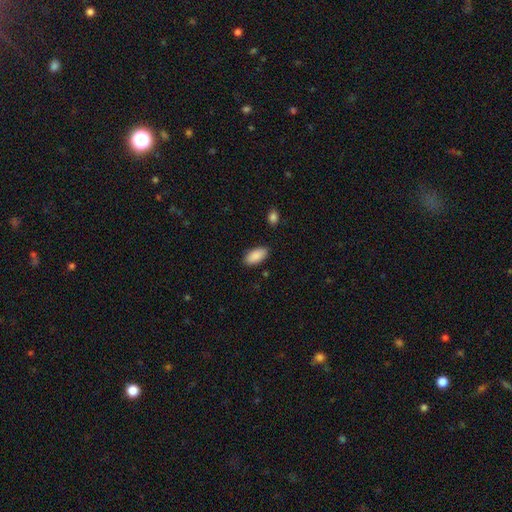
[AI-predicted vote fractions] Smooth or featured: smooth — 90% (star or artifact — 6%)
How rounded: in between — 93% (cigar-shaped — 5%)
Merging: none — 85% (minor disturbance — 10%)